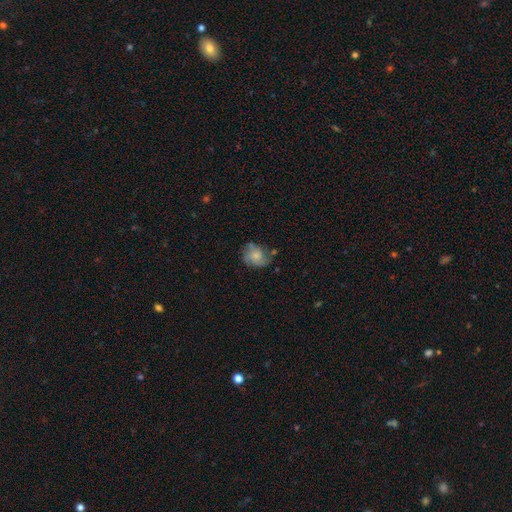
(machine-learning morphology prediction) smooth-or-featured: featured or disk: 46% | smooth: 45% | star or artifact: 9%
  merging: none: 57% | minor disturbance: 26% | major disturbance: 12% | merger: 4%